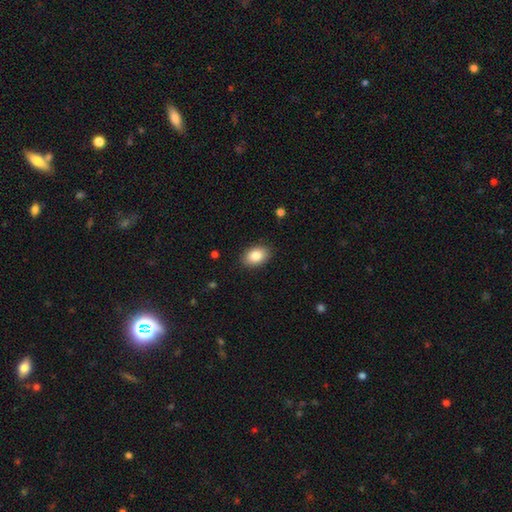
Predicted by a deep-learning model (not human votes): This is clearly a smooth galaxy (86%). How rounded: clearly in between (83%). Merging: clearly none (88%).